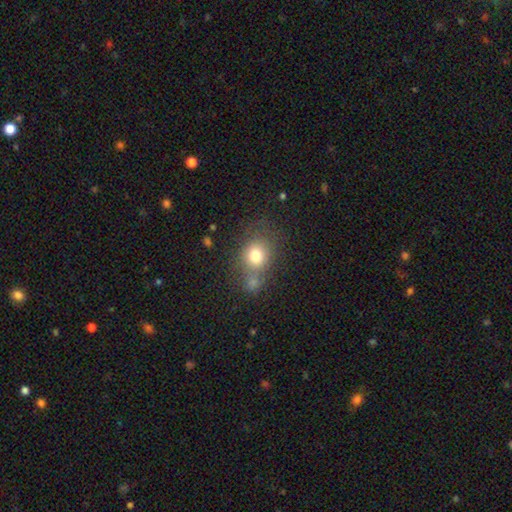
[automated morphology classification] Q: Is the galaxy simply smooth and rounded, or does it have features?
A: smooth — 76%.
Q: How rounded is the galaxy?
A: round — 58%.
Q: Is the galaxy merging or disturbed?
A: none — 52%.